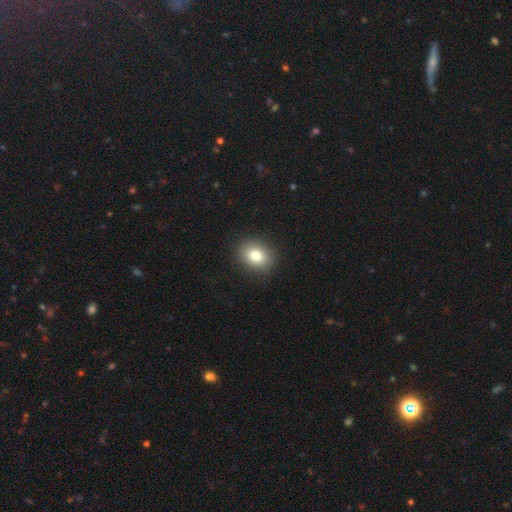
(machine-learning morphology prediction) This appears to be a smooth galaxy with no disk features (80%) that is round (50%). Merging: none (89%).